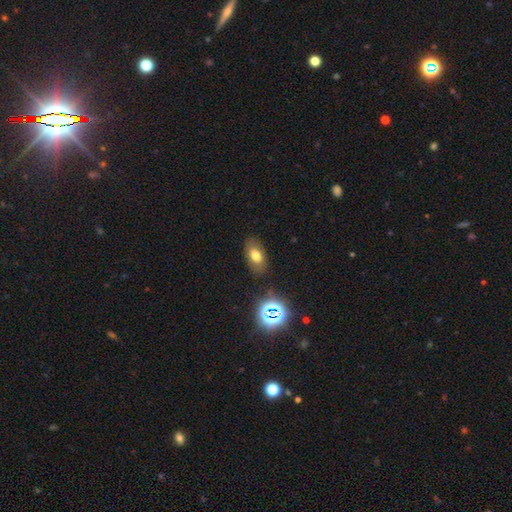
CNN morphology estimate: Smooth or featured? smooth (70%)
How rounded? in between (88%)
Merging? none (82%)